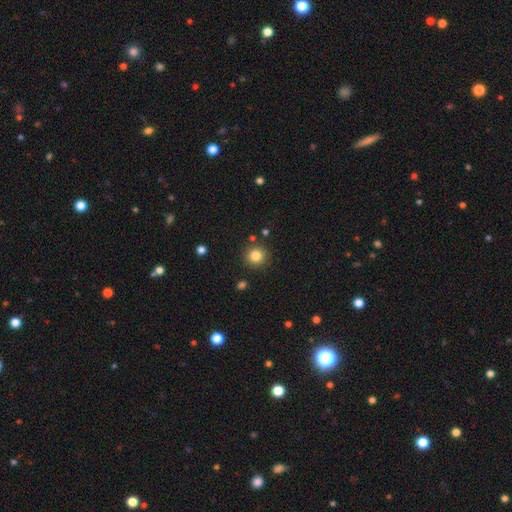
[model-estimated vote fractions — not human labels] Smooth or featured: smooth — 83% (star or artifact — 11%)
How rounded: round — 92% (in between — 7%)
Merging: none — 87% (minor disturbance — 7%)